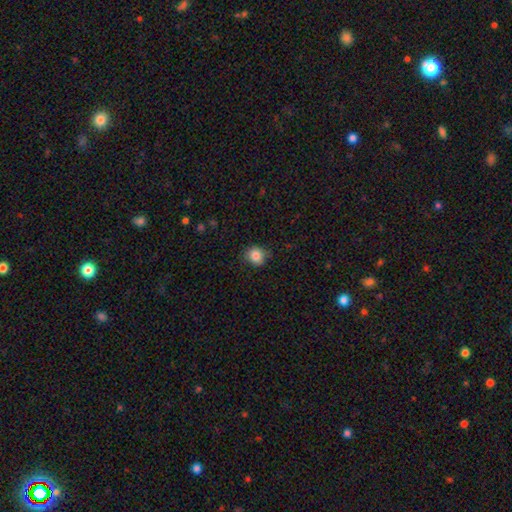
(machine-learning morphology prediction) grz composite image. It shows a smooth galaxy with no disk features (83%) that is round (76%). Merging: none (79%).